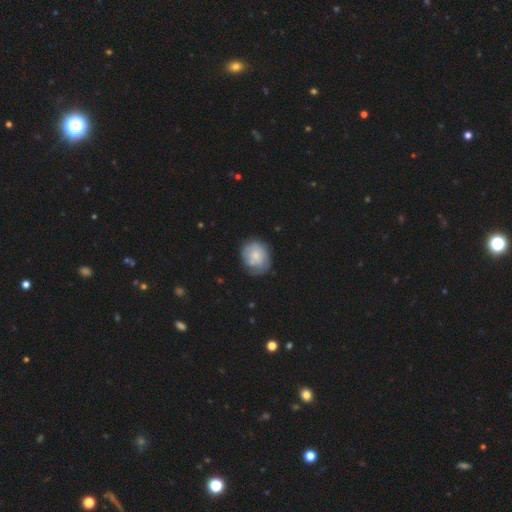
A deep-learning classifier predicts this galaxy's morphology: smooth 62%, featured or disk 31%, star or artifact 7%. Down the decision tree: how rounded — round (67%); merging — none (65%).